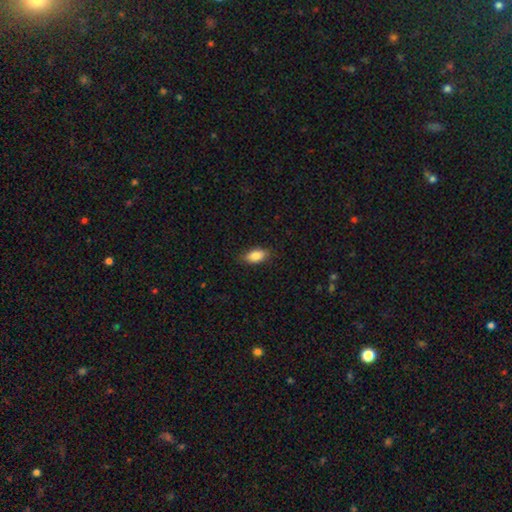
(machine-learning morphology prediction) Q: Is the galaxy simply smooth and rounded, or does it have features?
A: smooth — 87%.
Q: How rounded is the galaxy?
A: in between — 90%.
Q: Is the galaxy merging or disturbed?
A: none — 84%.